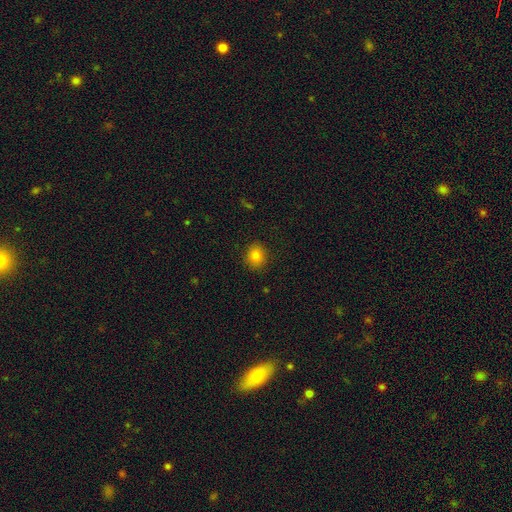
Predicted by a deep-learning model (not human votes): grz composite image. It shows a smooth galaxy with no disk features (81%) that is round (69%). Merging: none (89%).